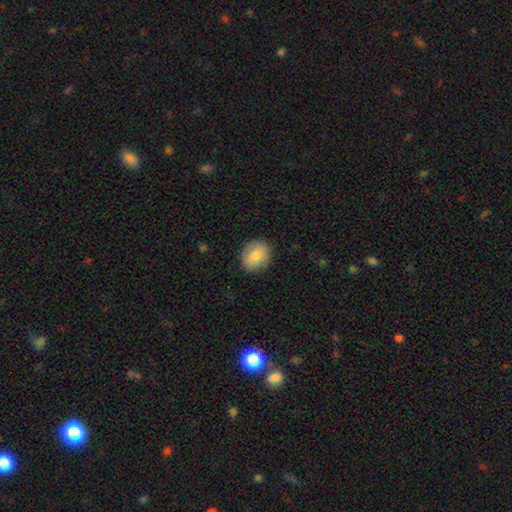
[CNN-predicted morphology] Overall: smooth (77%). How rounded: round (65%; in between 34%). Merging: none (88%).